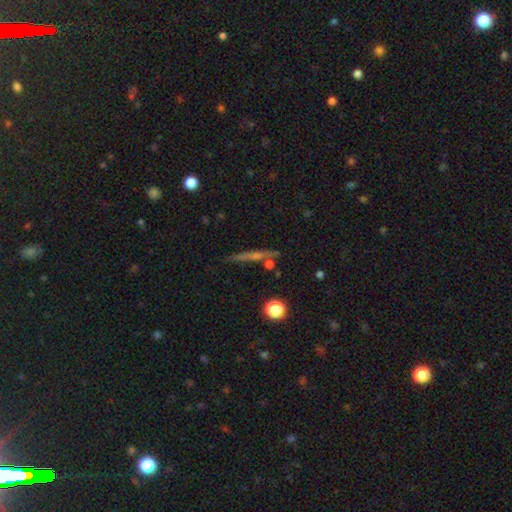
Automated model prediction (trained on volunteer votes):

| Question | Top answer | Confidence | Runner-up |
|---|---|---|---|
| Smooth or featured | featured or disk | 58% | smooth (30%) |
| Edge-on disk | yes | 96% | no (4%) |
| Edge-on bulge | none | 49% | rounded (44%) |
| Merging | none | 84% | minor disturbance (8%) |